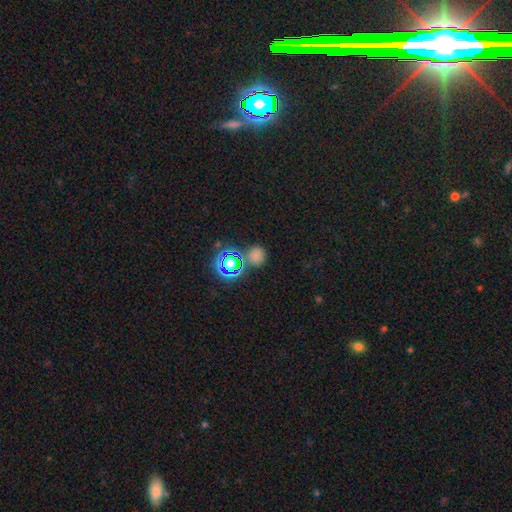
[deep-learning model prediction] smooth 64%, star or artifact 30%, featured or disk 6%. Down the decision tree: how rounded — round (84%); merging — none (72%).